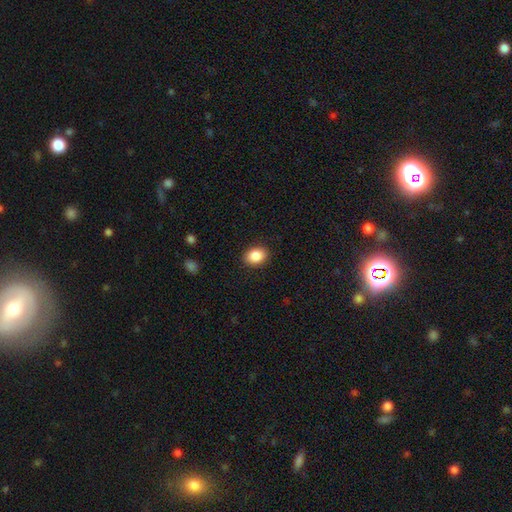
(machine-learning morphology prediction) Q: Smooth or featured?
A: smooth (88%); runner-up: star or artifact (8%)
Q: How rounded?
A: in between (65%); runner-up: round (34%)
Q: Merging?
A: none (90%); runner-up: minor disturbance (7%)